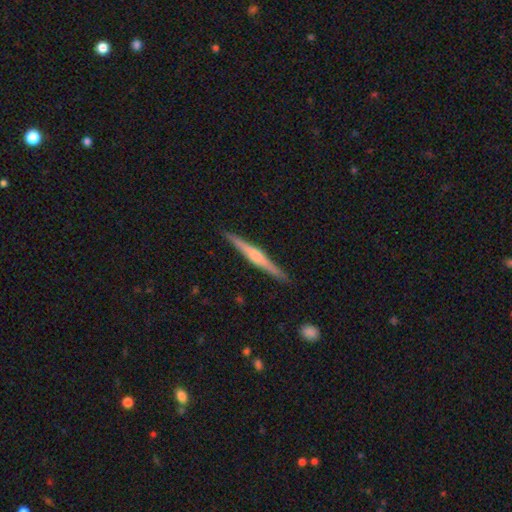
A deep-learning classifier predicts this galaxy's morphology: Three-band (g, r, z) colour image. It shows a featured or disk galaxy (71%) viewed edge-on (98%) with a rounded central bulge (75%). Merging: none (91%).